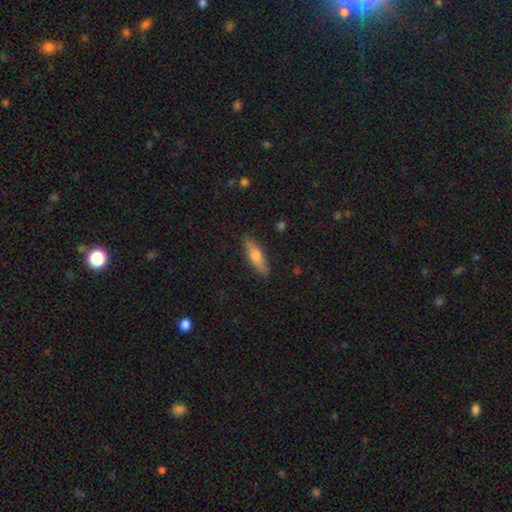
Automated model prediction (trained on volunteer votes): Overall: smooth (54%; featured or disk 39%). How rounded: cigar-shaped (65%; in between 32%). Merging: none (87%).